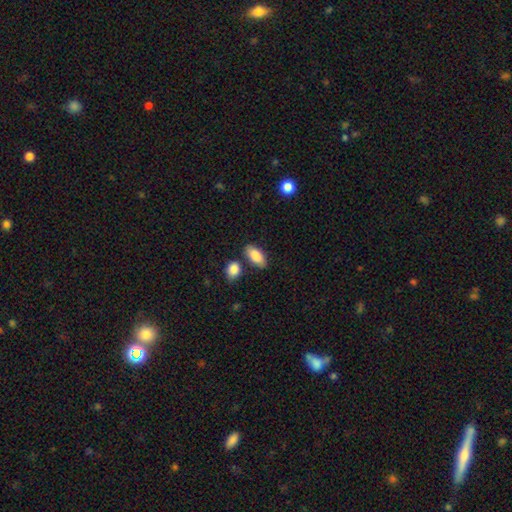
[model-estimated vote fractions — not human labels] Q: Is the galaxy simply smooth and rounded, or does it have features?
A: smooth — 87%.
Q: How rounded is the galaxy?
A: in between — 91%.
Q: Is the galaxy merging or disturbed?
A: none — 75%.